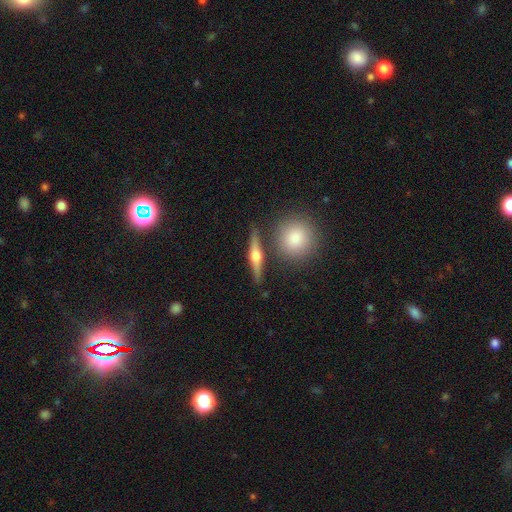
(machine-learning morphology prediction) Q: Smooth or featured?
A: featured or disk (69%); runner-up: smooth (24%)
Q: Edge-on disk?
A: yes (95%); runner-up: no (5%)
Q: Edge-on bulge?
A: rounded (92%); runner-up: boxy (5%)
Q: Merging?
A: none (83%); runner-up: minor disturbance (9%)